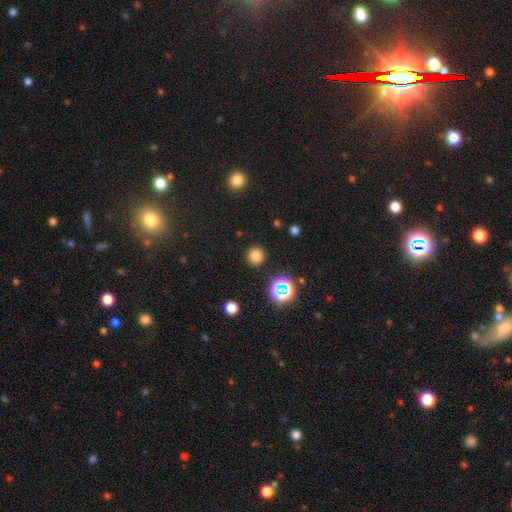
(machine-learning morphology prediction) Smooth or featured? smooth (76%)
How rounded? round (93%)
Merging? none (90%)